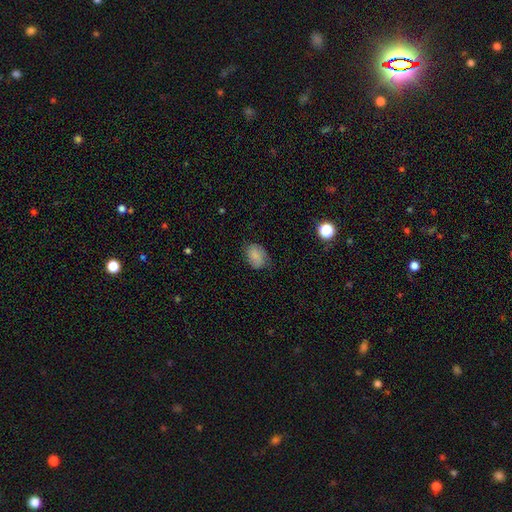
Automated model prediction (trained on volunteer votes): Smooth or featured?
  - smooth: 79% *
  - featured or disk: 12%
  - star or artifact: 9%
How rounded?
  - in between: 77% *
  - round: 22%
  - cigar-shaped: 1%
Merging?
  - none: 62% *
  - minor disturbance: 28%
  - major disturbance: 8%
  - merger: 1%